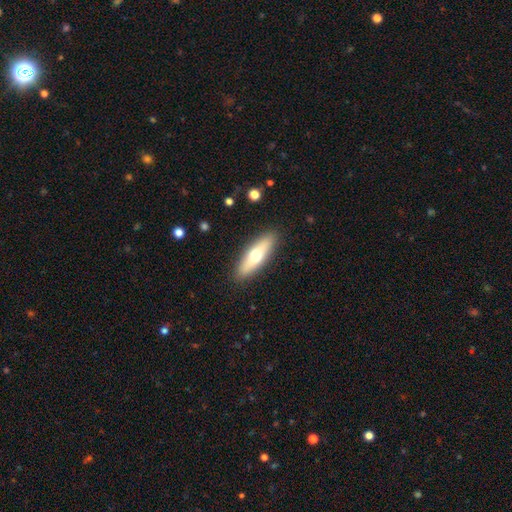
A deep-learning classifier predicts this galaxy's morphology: Q: Smooth or featured?
A: smooth (59%); runner-up: featured or disk (36%)
Q: How rounded?
A: cigar-shaped (50%); runner-up: in between (48%)
Q: Merging?
A: none (89%); runner-up: minor disturbance (8%)